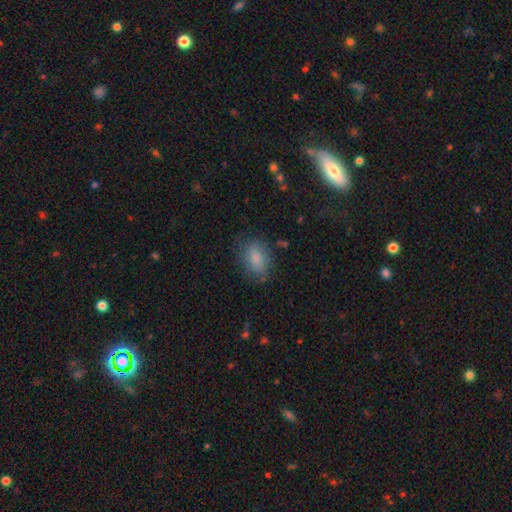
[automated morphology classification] Overall: smooth (70%). How rounded: in between (76%). Merging: none (76%).